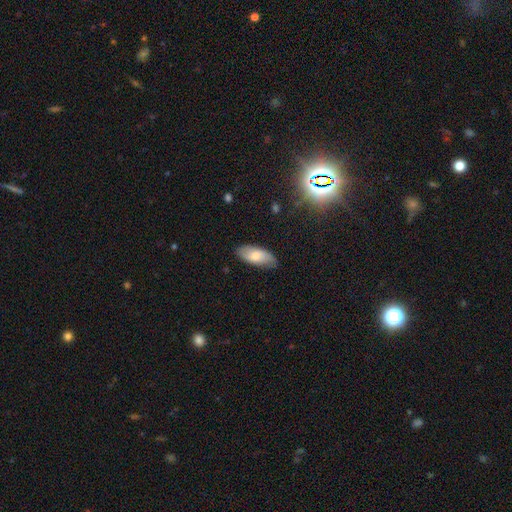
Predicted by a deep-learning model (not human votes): This appears to be a smooth galaxy with no disk features (72%) that is in between round and cigar-shaped (88%). Merging: none (81%).